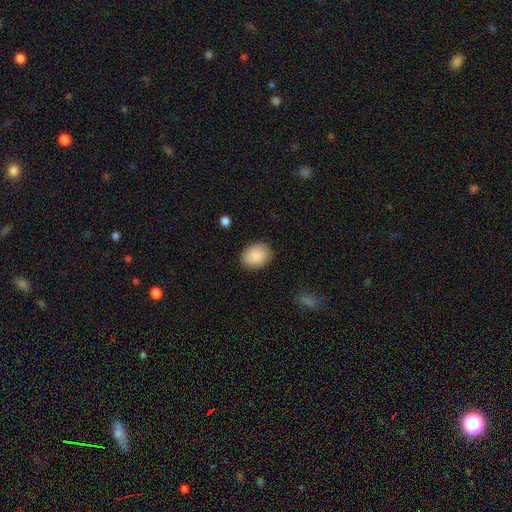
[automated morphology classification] This is clearly a smooth galaxy (89%). How rounded: likely in between (65%). Merging: clearly none (85%).